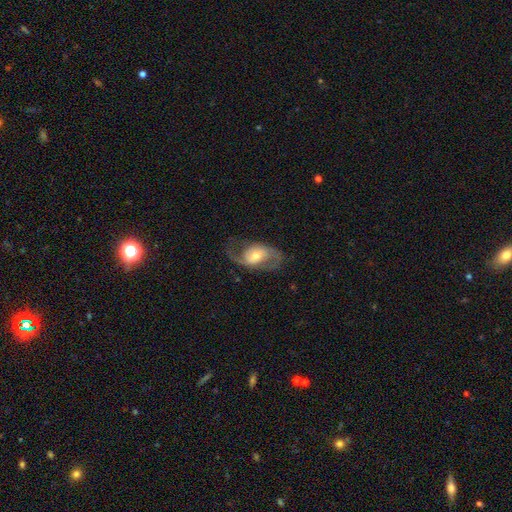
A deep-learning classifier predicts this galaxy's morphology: This is clearly a featured or disk galaxy (82%). It is clearly not viewed edge-on (96%). Bar: possibly no (51%). Spiral arm pattern: clearly yes (93%). Spiral arm count: clearly 2 (89%). Spiral winding: possibly medium (46%). Central bulge: possibly moderate (59%). Merging: likely none (69%).